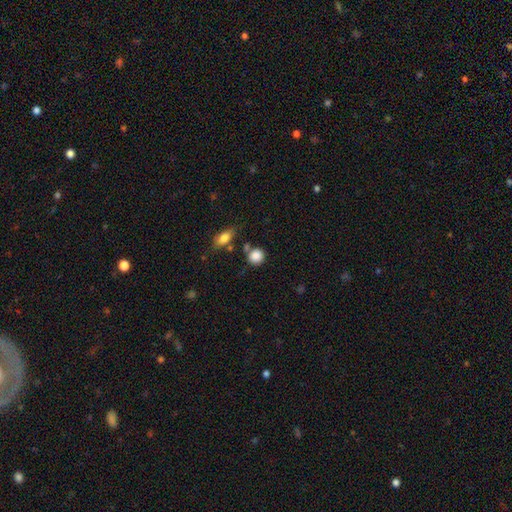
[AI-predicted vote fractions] smooth 87%, star or artifact 9%, featured or disk 5%. Down the decision tree: how rounded — round (87%); merging — none (74%).